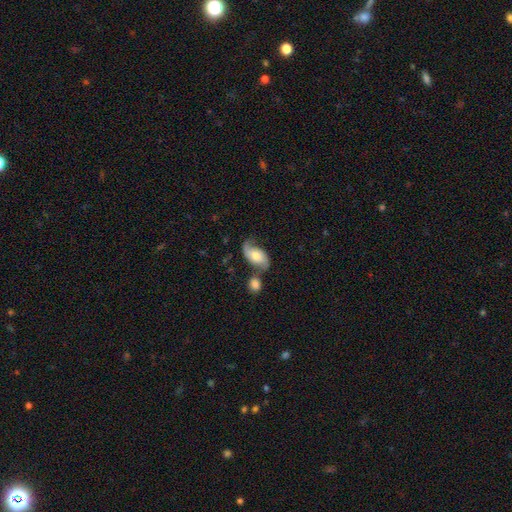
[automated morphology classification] type=featured or disk (58%); edge-on=no (95%); bar=no (61%); spiral arms=yes (88%); bulge=moderate (58%); merging=none (45%).